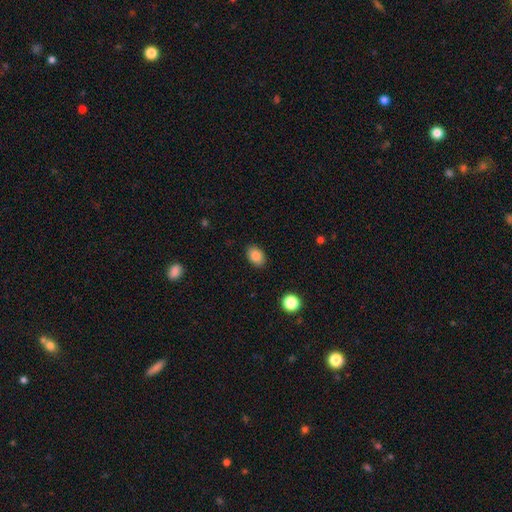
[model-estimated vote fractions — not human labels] smooth-or-featured: smooth: 85% | star or artifact: 9% | featured or disk: 6%
  how-rounded: in between: 80% | round: 19% | cigar-shaped: 1%
  merging: none: 88% | minor disturbance: 9% | major disturbance: 2% | merger: 1%